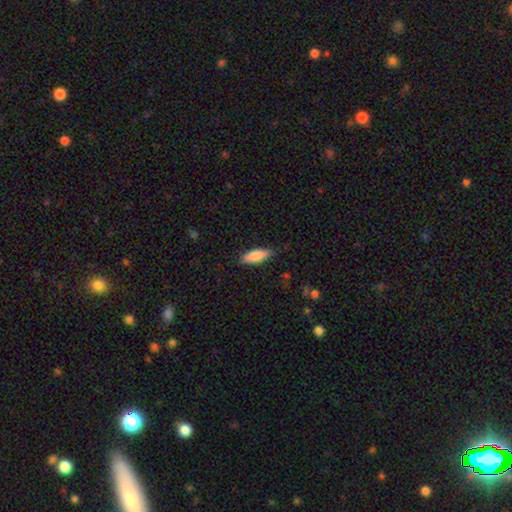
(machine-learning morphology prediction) type=smooth (84%); roundness=in between (57%); merging=none (84%).